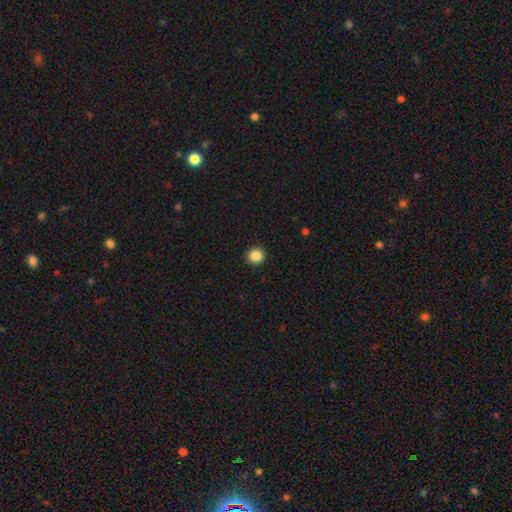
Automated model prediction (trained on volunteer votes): A smooth galaxy with no disk features (86%) that is round (93%).

Vote fractions:
- Smooth or featured? smooth: 86% / star or artifact: 11% / featured or disk: 3%
- How rounded? round: 93% / in between: 6% / cigar-shaped: 1%
- Merging? none: 93% / minor disturbance: 4% / major disturbance: 2% / merger: 1%